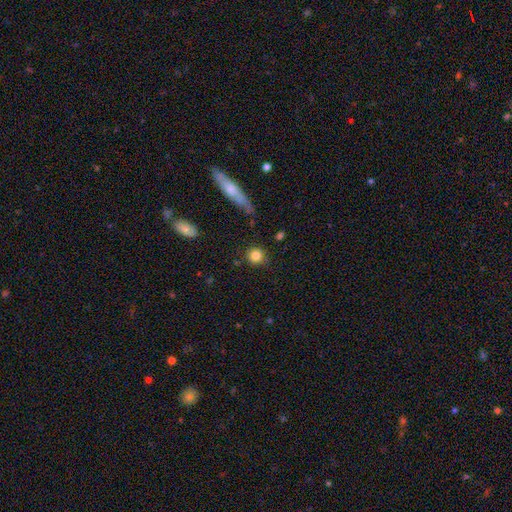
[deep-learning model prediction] smooth_or_featured: smooth (p=0.83) [alt: star or artifact p=0.10]
how_rounded: round (p=0.91) [alt: in between p=0.08]
merging: none (p=0.85) [alt: minor disturbance p=0.09]